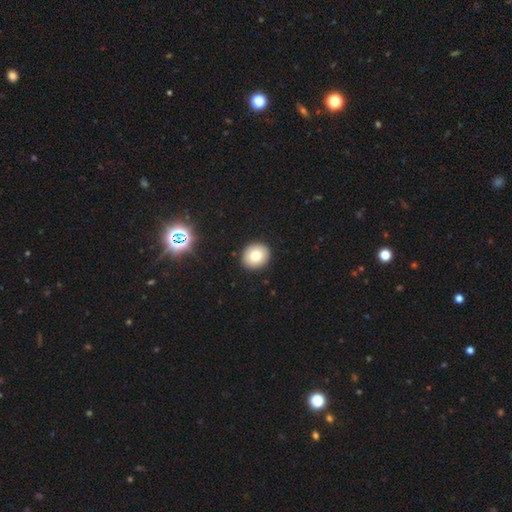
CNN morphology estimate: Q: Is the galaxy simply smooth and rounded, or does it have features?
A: smooth — 79%.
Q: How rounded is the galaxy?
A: round — 87%.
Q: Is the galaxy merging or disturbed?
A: none — 92%.